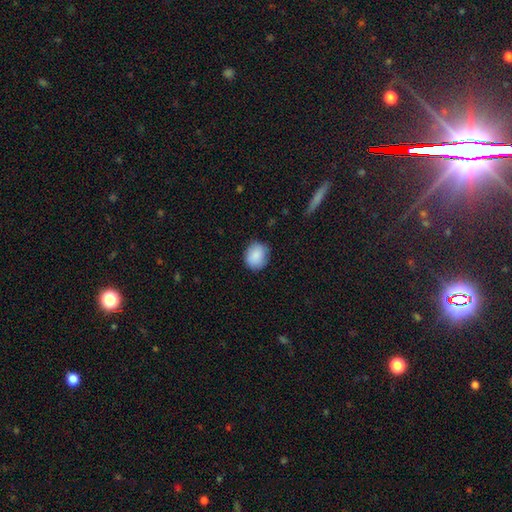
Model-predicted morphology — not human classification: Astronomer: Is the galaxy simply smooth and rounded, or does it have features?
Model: smooth — 88%.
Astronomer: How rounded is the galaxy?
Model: round — 66%.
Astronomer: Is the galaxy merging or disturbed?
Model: none — 81%.